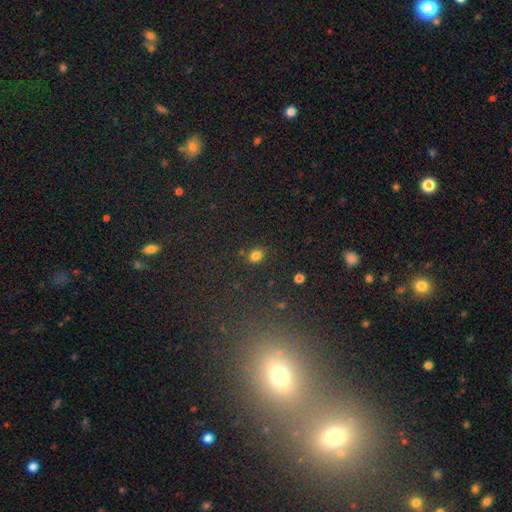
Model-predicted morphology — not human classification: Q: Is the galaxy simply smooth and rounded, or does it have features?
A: smooth — 80%.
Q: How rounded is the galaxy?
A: in between — 57%.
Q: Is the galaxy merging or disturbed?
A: none — 80%.